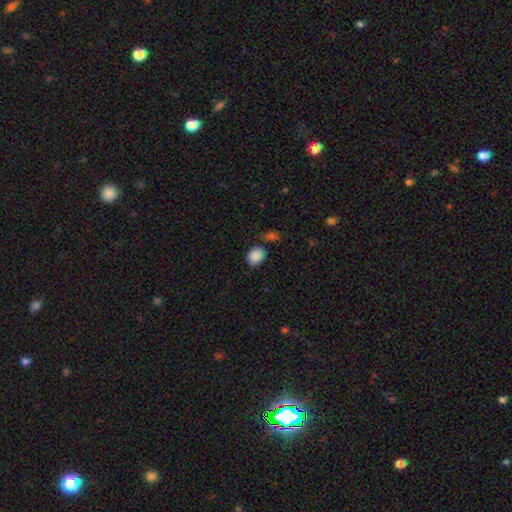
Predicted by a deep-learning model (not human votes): Overall: smooth (88%). How rounded: round (51%; in between 48%). Merging: none (71%).